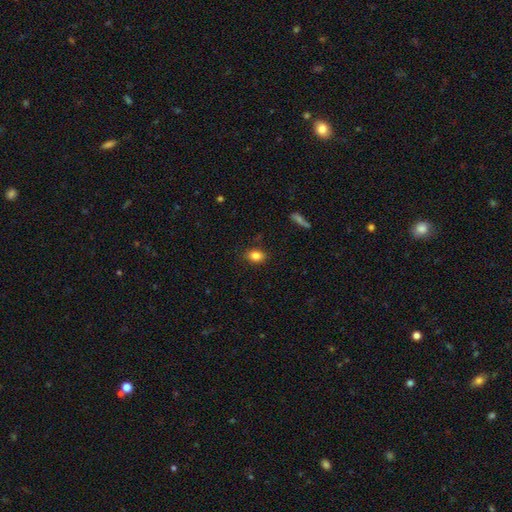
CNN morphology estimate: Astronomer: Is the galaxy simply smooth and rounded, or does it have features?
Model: smooth — 84%.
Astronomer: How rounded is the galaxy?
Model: in between — 73%.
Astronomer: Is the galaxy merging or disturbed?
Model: none — 85%.